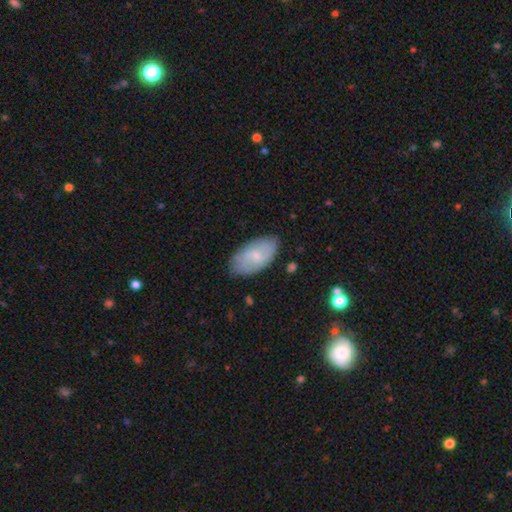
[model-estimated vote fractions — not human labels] A smooth galaxy with no disk features (63%) that is in between round and cigar-shaped (95%). Merging: none (80%).